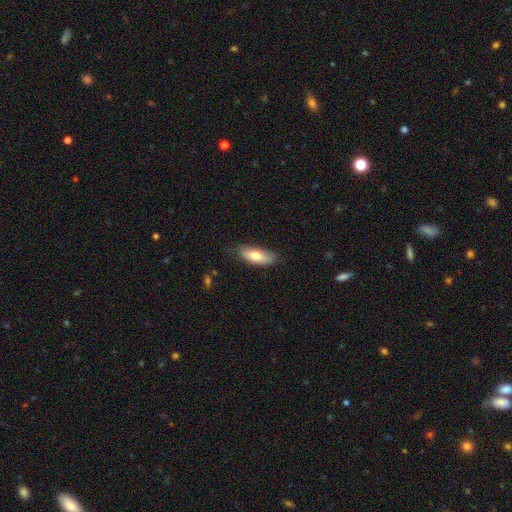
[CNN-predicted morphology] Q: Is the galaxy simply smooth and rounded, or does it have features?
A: smooth — 72%.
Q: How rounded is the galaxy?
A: in between — 74%.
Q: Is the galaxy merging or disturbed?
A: none — 76%.